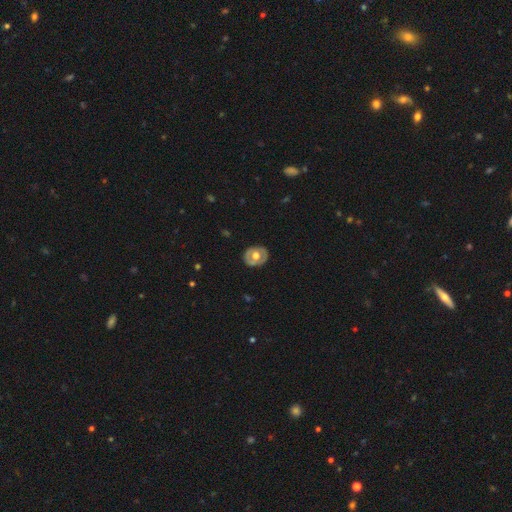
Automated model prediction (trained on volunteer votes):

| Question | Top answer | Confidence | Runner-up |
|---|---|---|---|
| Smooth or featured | featured or disk | 53% | smooth (42%) |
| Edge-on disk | no | 94% | yes (6%) |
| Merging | none | 84% | minor disturbance (12%) |